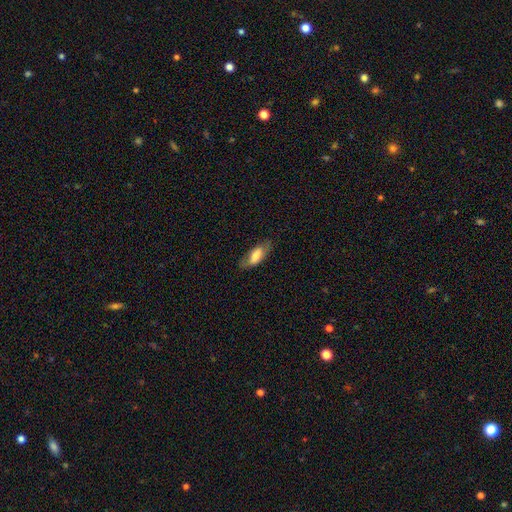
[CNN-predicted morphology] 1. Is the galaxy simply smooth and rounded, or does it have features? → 66% smooth, 27% featured or disk, 7% star or artifact.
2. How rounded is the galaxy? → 75% in between, 23% cigar-shaped, 2% round.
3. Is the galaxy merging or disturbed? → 75% none, 18% minor disturbance, 6% major disturbance, 1% merger.